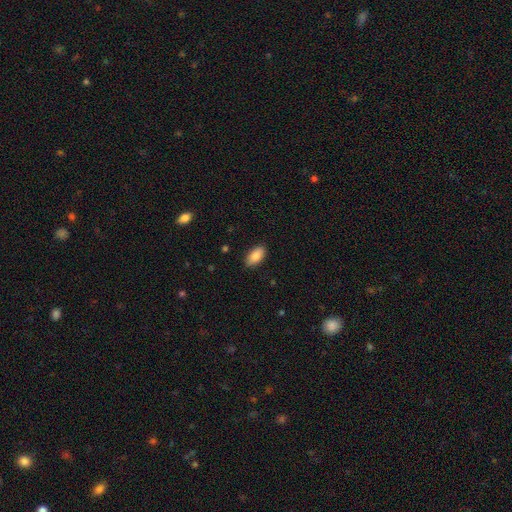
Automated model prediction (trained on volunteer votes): smooth-or-featured: smooth: 88% | star or artifact: 7% | featured or disk: 6%
  how-rounded: in between: 93% | cigar-shaped: 4% | round: 3%
  merging: none: 88% | minor disturbance: 9% | major disturbance: 2% | merger: 1%